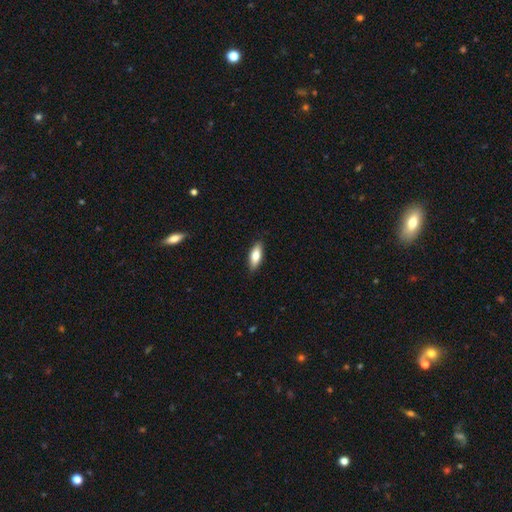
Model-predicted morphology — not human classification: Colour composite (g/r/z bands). It shows a smooth galaxy with no disk features (74%) that is in between round and cigar-shaped (68%). Merging: none (88%).